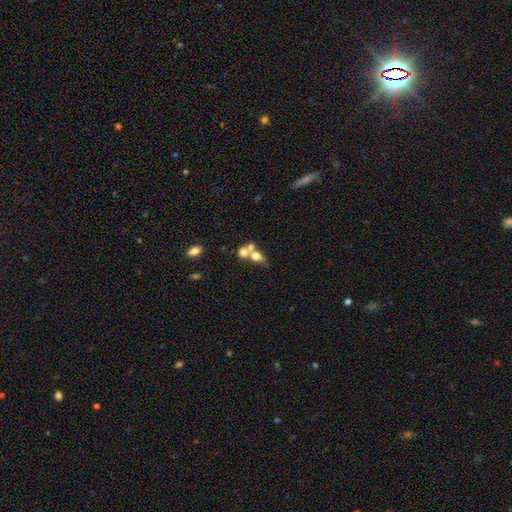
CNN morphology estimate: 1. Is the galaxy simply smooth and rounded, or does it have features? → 65% smooth, 24% featured or disk, 11% star or artifact.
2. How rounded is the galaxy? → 53% in between, 44% round, 3% cigar-shaped.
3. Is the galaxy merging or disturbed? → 64% merger, 24% none, 7% minor disturbance, 5% major disturbance.